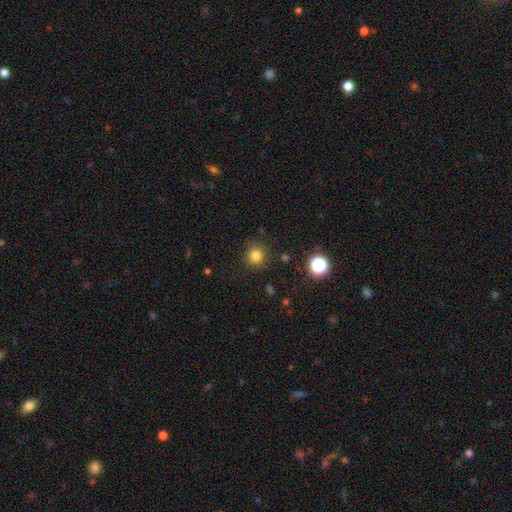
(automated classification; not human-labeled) smooth 81%, star or artifact 14%, featured or disk 5%. Down the decision tree: how rounded — round (90%); merging — none (88%).